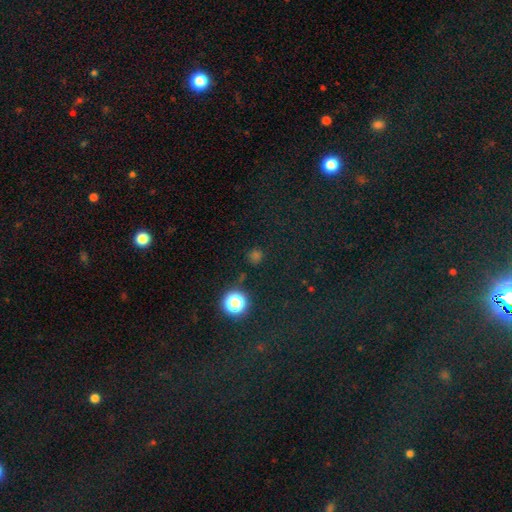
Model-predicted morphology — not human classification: smooth_or_featured: smooth (p=0.53) [alt: star or artifact p=0.42]
how_rounded: round (p=0.91) [alt: in between p=0.08]
merging: none (p=0.84) [alt: minor disturbance p=0.09]